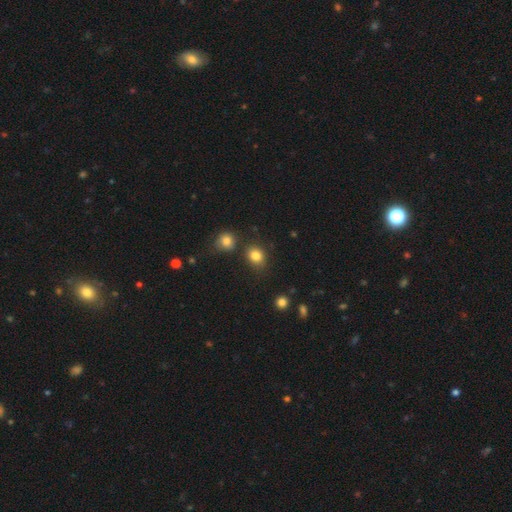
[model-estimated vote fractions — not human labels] Overall: smooth (83%). How rounded: round (62%; in between 37%). Merging: none (75%).